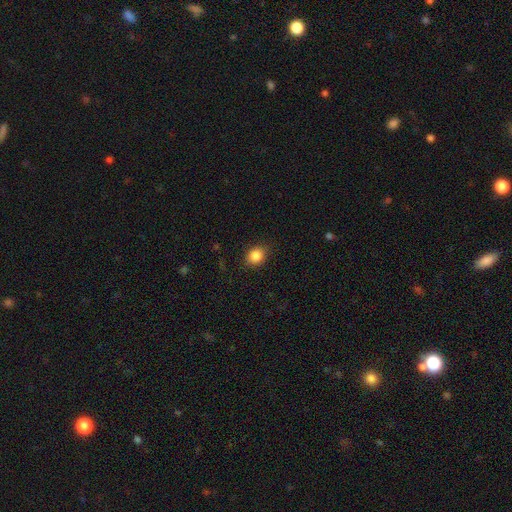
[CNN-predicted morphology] smooth_or_featured: smooth (p=0.85) [alt: star or artifact p=0.10]
how_rounded: round (p=0.66) [alt: in between p=0.33]
merging: none (p=0.86) [alt: minor disturbance p=0.10]